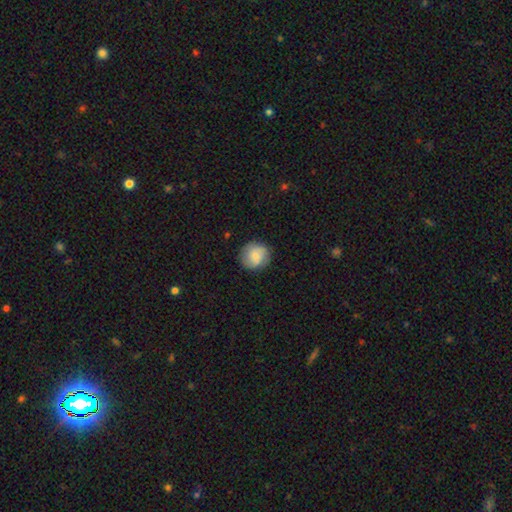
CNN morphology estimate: Smooth or featured? Predicted: smooth (p=0.67). How rounded? Predicted: round (p=0.89). Merging? Predicted: none (p=0.83).